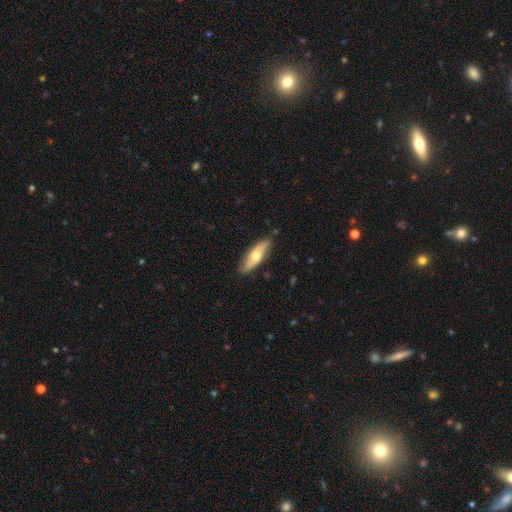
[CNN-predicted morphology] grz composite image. It shows a smooth galaxy with no disk features (56%) that is in between round and cigar-shaped (52%). Merging: none (84%).